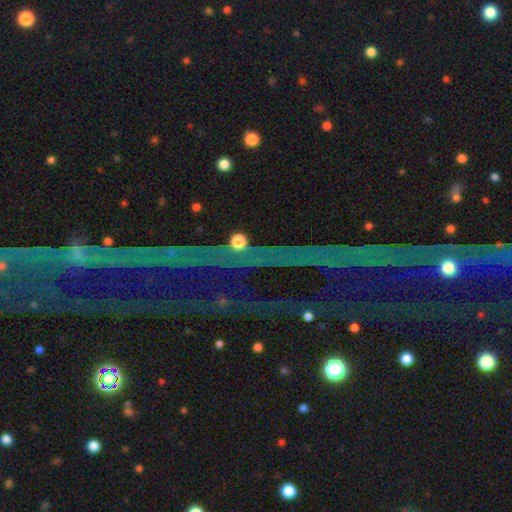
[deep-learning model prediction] A star or artifact, not a galaxy (81%).